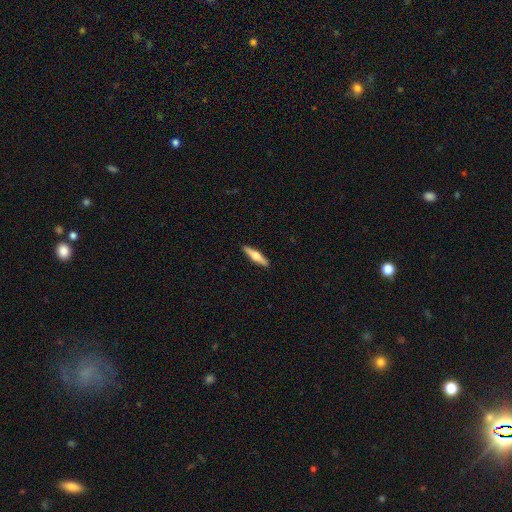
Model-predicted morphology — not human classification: Smooth or featured?
  - featured or disk: 52% *
  - smooth: 42%
  - star or artifact: 5%
Edge-on disk?
  - yes: 95% *
  - no: 5%
Merging?
  - none: 91% *
  - minor disturbance: 6%
  - major disturbance: 1%
  - merger: 1%